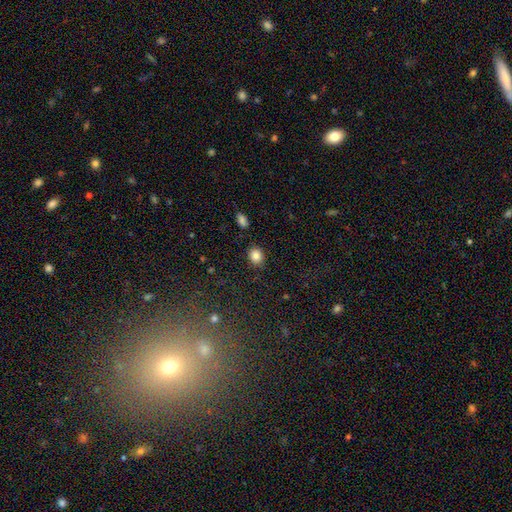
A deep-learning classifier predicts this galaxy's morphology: smooth_or_featured: smooth (p=0.85) [alt: star or artifact p=0.10]
how_rounded: round (p=0.67) [alt: in between p=0.32]
merging: none (p=0.87) [alt: minor disturbance p=0.08]